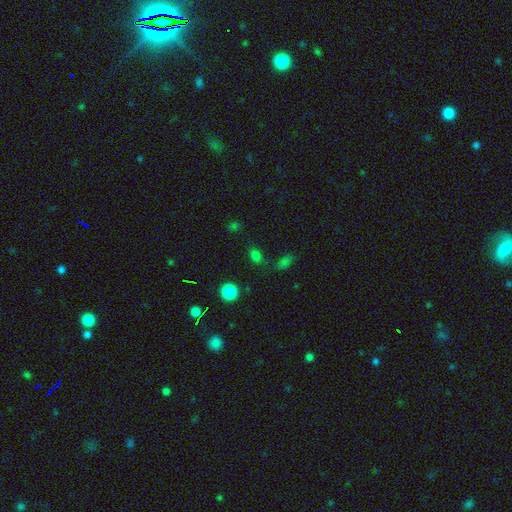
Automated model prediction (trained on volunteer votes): smooth-or-featured: smooth: 69% | star or artifact: 26% | featured or disk: 5%
  how-rounded: in between: 67% | round: 30% | cigar-shaped: 3%
  merging: none: 71% | minor disturbance: 15% | merger: 7% | major disturbance: 7%